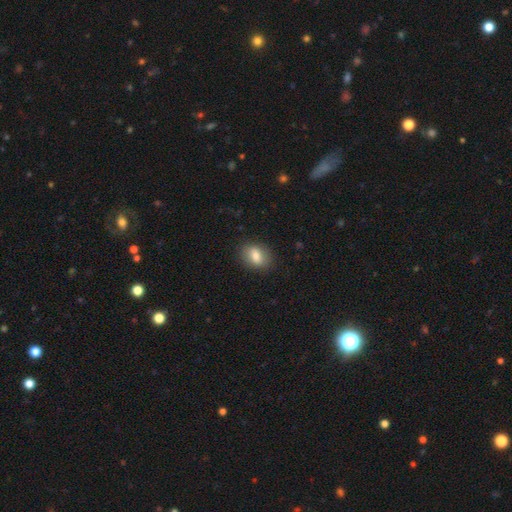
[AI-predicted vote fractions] A smooth galaxy with no disk features (78%) that is in between round and cigar-shaped (74%).

Vote fractions:
- Smooth or featured? smooth: 78% / featured or disk: 14% / star or artifact: 8%
- How rounded? in between: 74% / round: 24% / cigar-shaped: 2%
- Merging? none: 85% / minor disturbance: 11% / major disturbance: 3% / merger: 1%